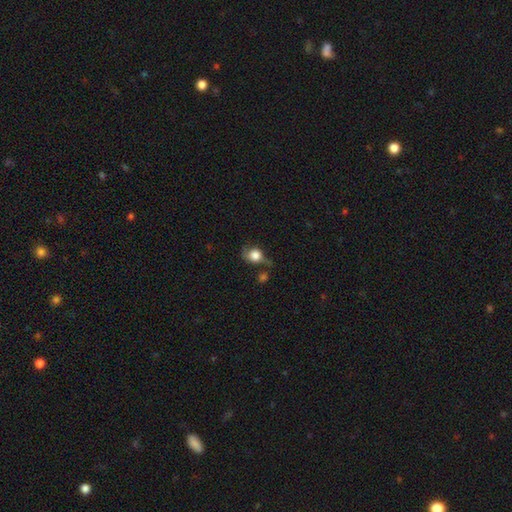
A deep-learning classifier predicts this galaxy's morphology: This is likely a smooth galaxy (72%). How rounded: likely round (66%). Merging: marginally none (38%).